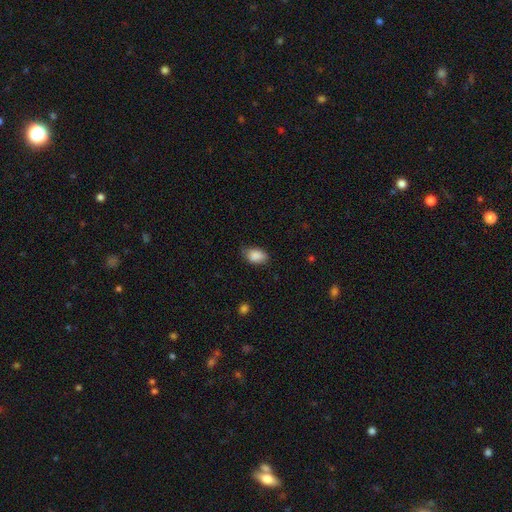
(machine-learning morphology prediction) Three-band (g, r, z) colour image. It shows a smooth galaxy with no disk features (88%) that is in between round and cigar-shaped (87%). Merging: none (67%).